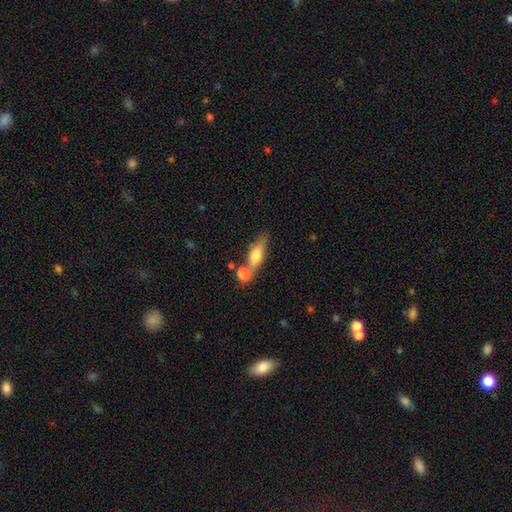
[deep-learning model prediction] Overall: smooth (63%; featured or disk 30%). How rounded: in between (50%; cigar-shaped 43%). Merging: none (45%; merger 38%).